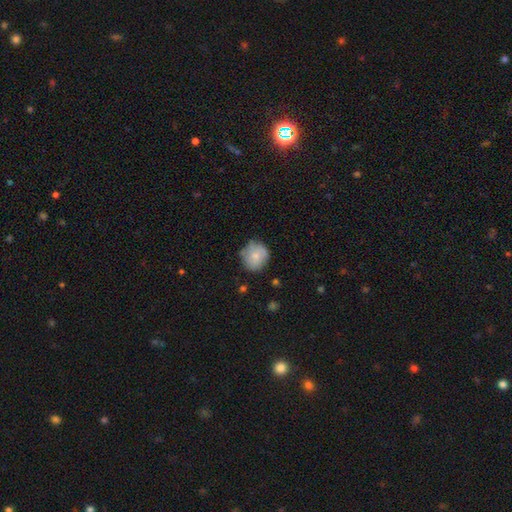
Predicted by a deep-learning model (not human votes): The model was most divided on "merging": none: 64%, minor disturbance: 26%, major disturbance: 7%, merger: 3%. More confident: how rounded — round (81%); smooth or featured — smooth (71%).